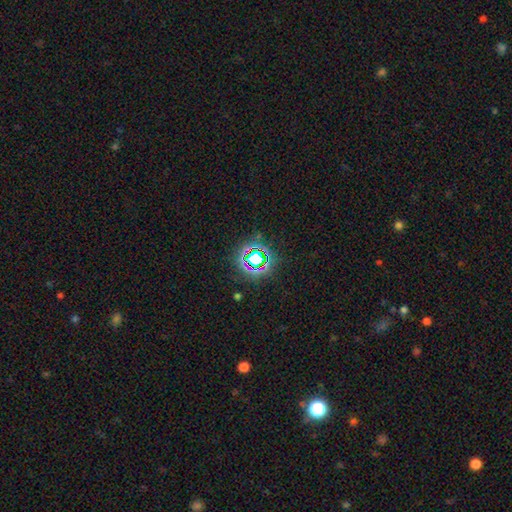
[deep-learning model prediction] Smooth or featured? star or artifact (70%)